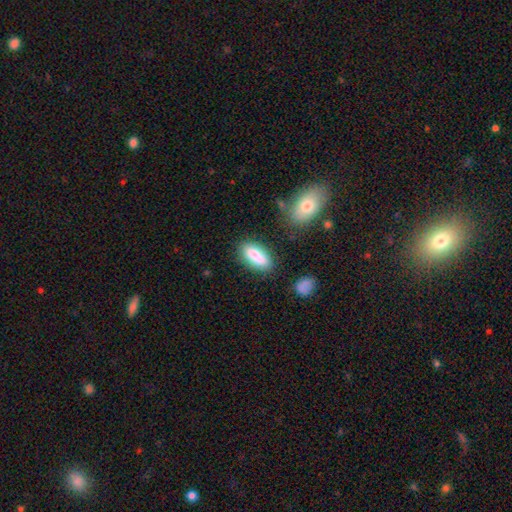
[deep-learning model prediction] This appears to be a smooth galaxy with no disk features (82%) that is in between round and cigar-shaped (76%). Merging: none (78%).